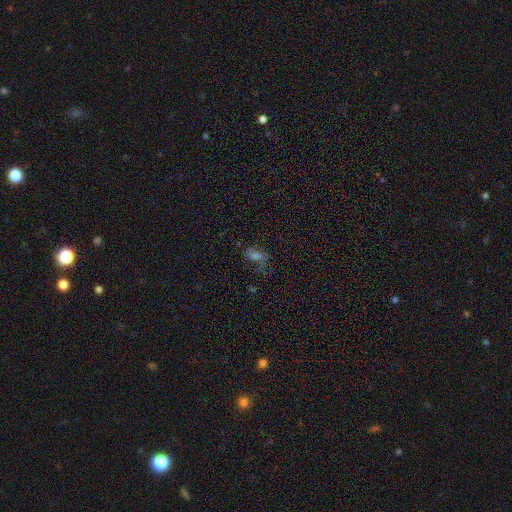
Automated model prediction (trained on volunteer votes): smooth_or_featured: featured or disk (p=0.38) [alt: smooth p=0.36]
merging: none (p=0.53) [alt: major disturbance p=0.22]